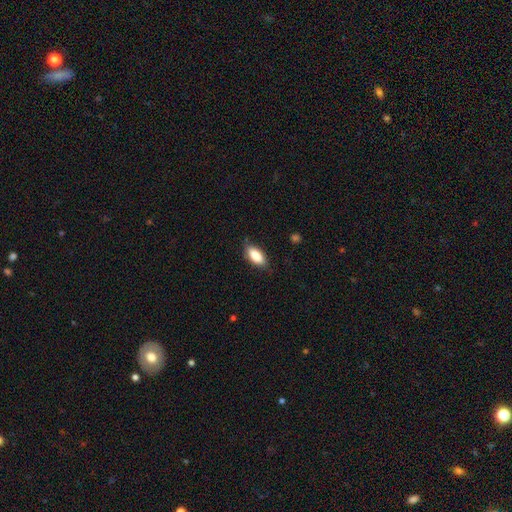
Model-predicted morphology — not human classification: This is clearly a smooth galaxy (83%). How rounded: clearly in between (85%). Merging: clearly none (81%).